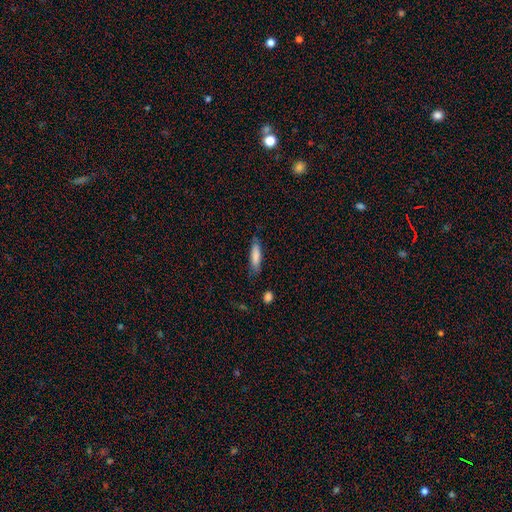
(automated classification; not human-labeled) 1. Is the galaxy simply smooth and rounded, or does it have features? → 82% smooth, 12% featured or disk, 6% star or artifact.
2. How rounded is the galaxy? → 67% cigar-shaped, 32% in between, 1% round.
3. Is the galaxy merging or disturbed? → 75% none, 19% minor disturbance, 4% major disturbance, 2% merger.